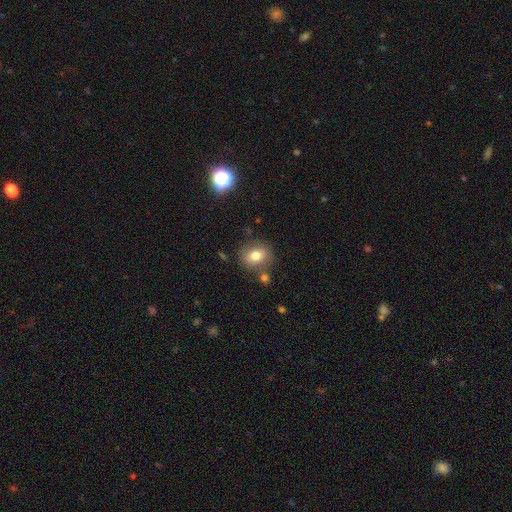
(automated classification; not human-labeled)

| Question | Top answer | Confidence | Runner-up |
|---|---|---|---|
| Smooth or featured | smooth | 74% | featured or disk (15%) |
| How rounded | round | 61% | in between (38%) |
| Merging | none | 77% | minor disturbance (12%) |